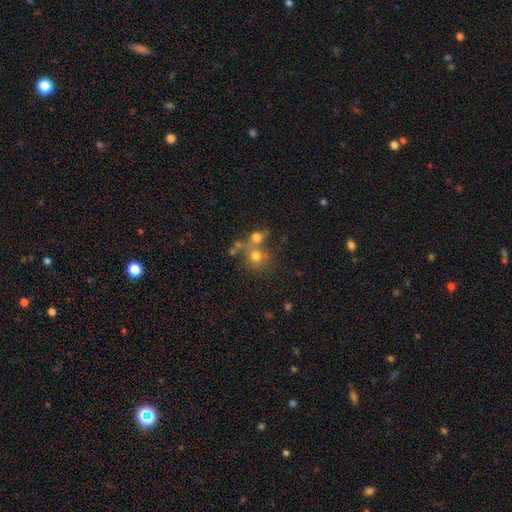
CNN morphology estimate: A smooth galaxy with no disk features (61%) that is round (81%). Merging: merger (43%, tied with none).